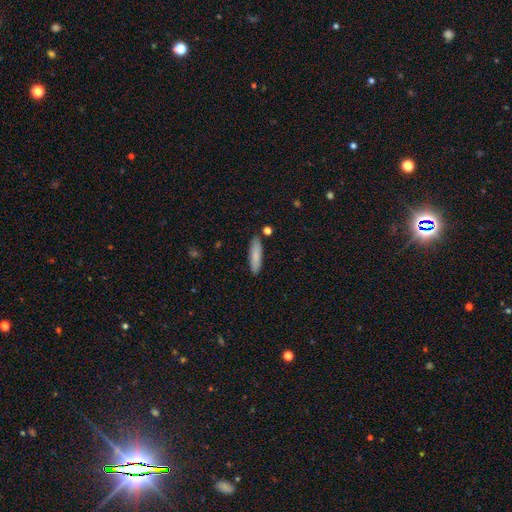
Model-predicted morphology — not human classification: Smooth or featured? Predicted: smooth (p=0.84). How rounded? Predicted: cigar-shaped (p=0.70). Merging? Predicted: none (p=0.87).